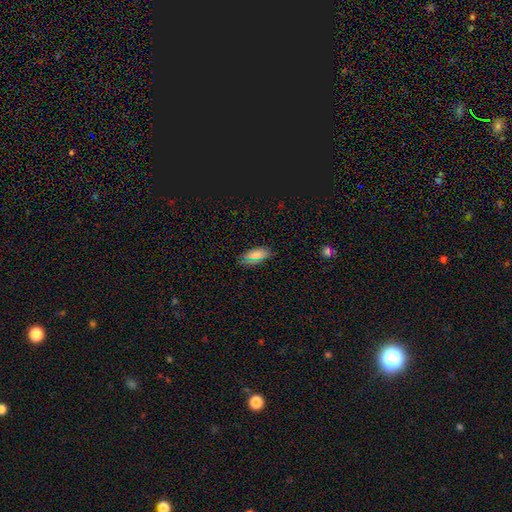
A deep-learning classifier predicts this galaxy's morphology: A smooth galaxy with no disk features (77%) that is in between round and cigar-shaped (89%).

Vote fractions:
- Smooth or featured? smooth: 77% / star or artifact: 15% / featured or disk: 8%
- How rounded? in between: 89% / cigar-shaped: 8% / round: 3%
- Merging? none: 84% / minor disturbance: 12% / major disturbance: 3% / merger: 1%